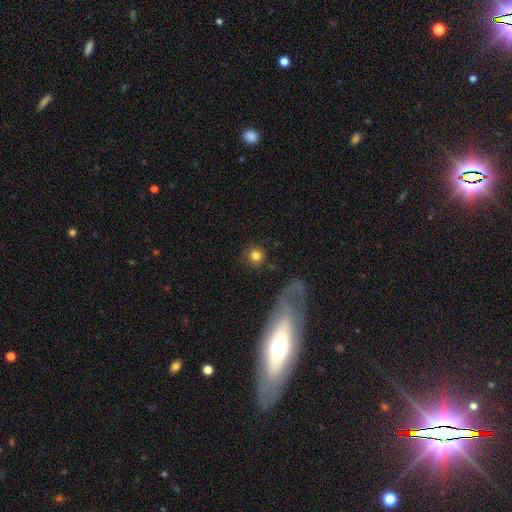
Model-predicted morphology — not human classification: Overall: smooth (80%). How rounded: round (93%). Merging: none (84%).